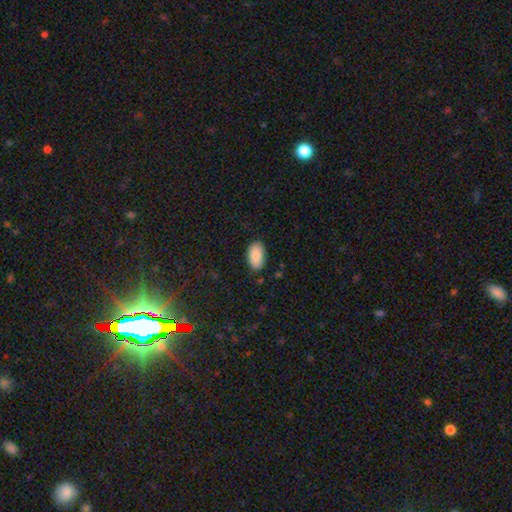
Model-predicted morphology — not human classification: smooth_or_featured: smooth (p=0.87) [alt: star or artifact p=0.07]
how_rounded: in between (p=0.94) [alt: round p=0.04]
merging: none (p=0.83) [alt: minor disturbance p=0.13]